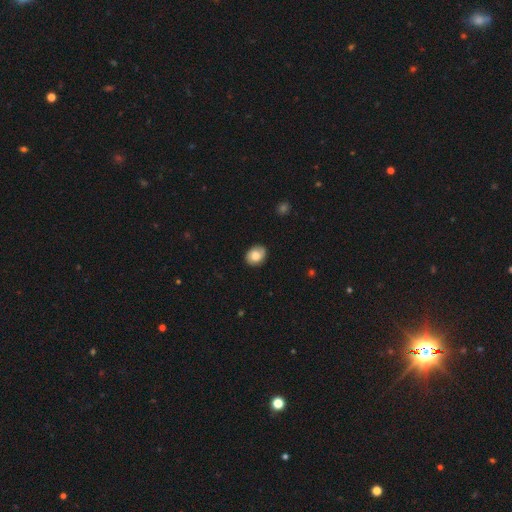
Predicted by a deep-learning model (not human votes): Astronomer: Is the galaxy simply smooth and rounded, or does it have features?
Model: smooth — 77%.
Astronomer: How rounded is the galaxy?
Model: in between — 52% (runner-up: round, 47%).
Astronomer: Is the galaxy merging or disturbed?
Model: none — 82%.